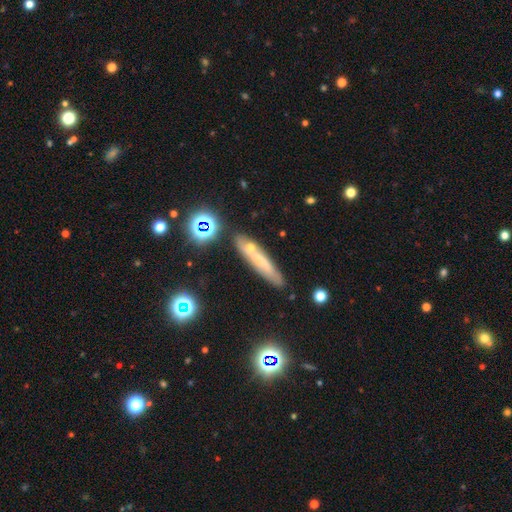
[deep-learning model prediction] Morphology: type=smooth (43%); merging=none (73%).